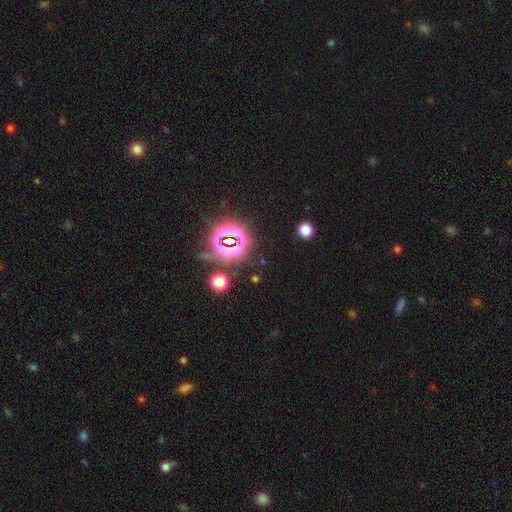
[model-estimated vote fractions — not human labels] smooth-or-featured: star or artifact: 83% | smooth: 10% | featured or disk: 7%